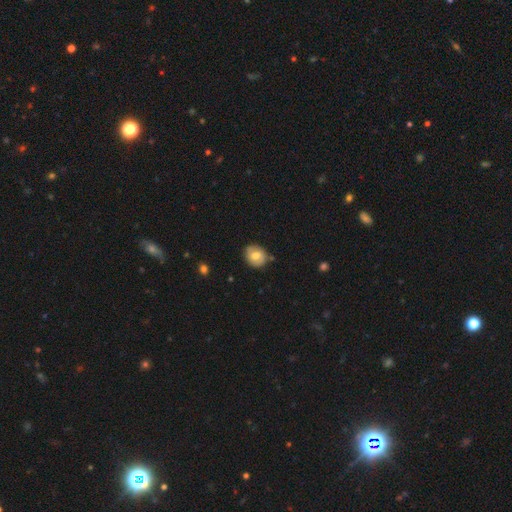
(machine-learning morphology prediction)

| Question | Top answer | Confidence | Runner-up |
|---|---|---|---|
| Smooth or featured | smooth | 62% | featured or disk (30%) |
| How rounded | round | 68% | in between (31%) |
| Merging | none | 78% | minor disturbance (17%) |